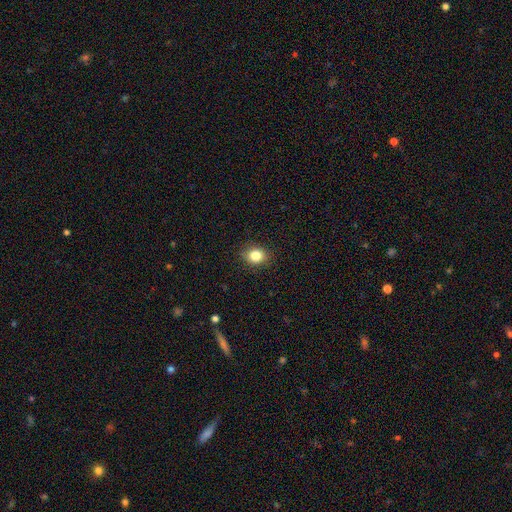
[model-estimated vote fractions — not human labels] smooth 83%, star or artifact 11%, featured or disk 6%. Down the decision tree: how rounded — round (59%); merging — none (88%).